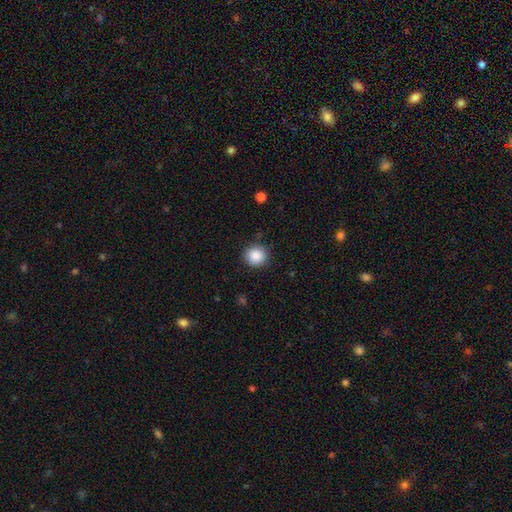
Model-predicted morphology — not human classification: The model was most divided on "smooth or featured": smooth: 87%, star or artifact: 9%, featured or disk: 4%. More confident: how rounded — round (91%); merging — none (89%).